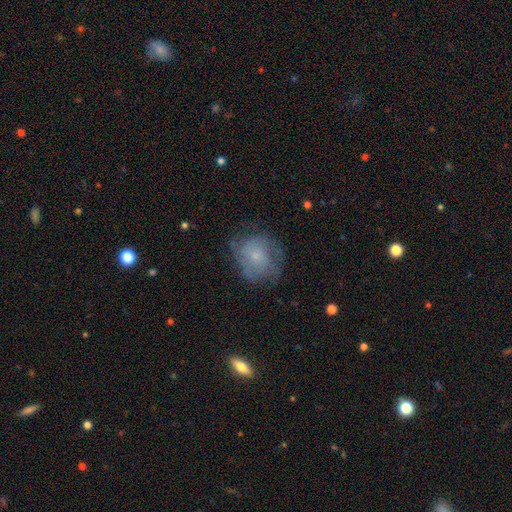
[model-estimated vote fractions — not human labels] Smooth or featured? smooth (48%)
Merging? none (60%)